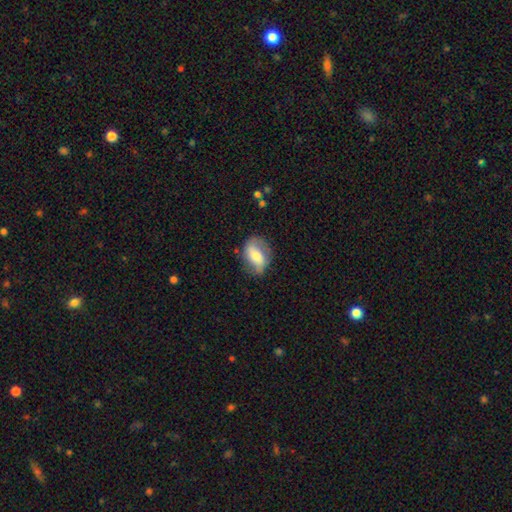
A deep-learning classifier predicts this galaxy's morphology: Smooth or featured?
  - featured or disk: 49% *
  - smooth: 44%
  - star or artifact: 7%
Merging?
  - none: 64% *
  - minor disturbance: 24%
  - major disturbance: 10%
  - merger: 2%